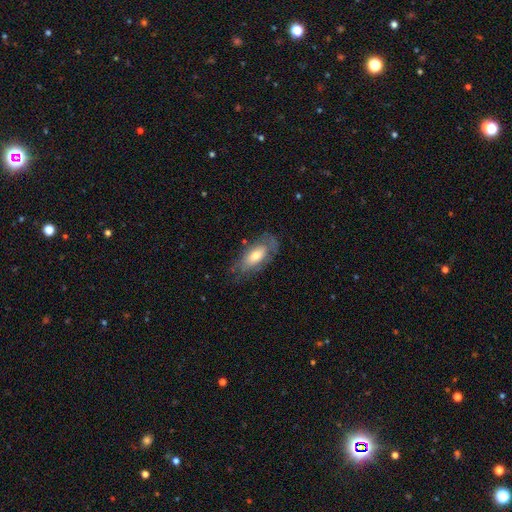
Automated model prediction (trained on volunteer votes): smooth 56%, featured or disk 37%, star or artifact 6%. Down the decision tree: how rounded — in between (86%); merging — none (64%).